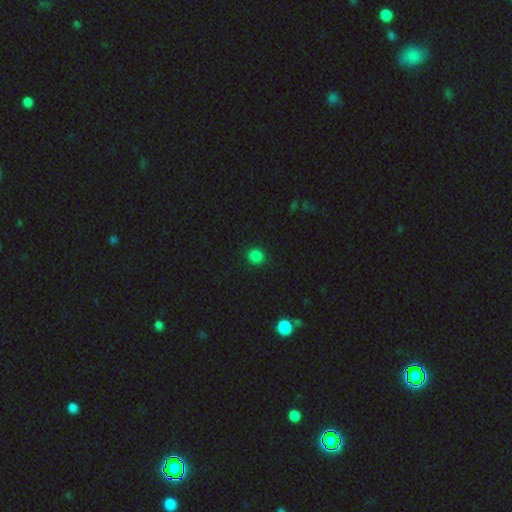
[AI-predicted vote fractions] This appears to be a smooth galaxy with no disk features (84%) that is round (86%). Merging: none (91%).